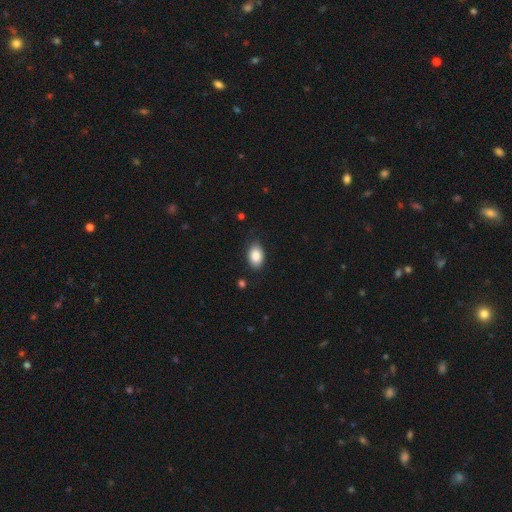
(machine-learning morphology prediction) type=smooth (87%); roundness=in between (89%); merging=none (82%).